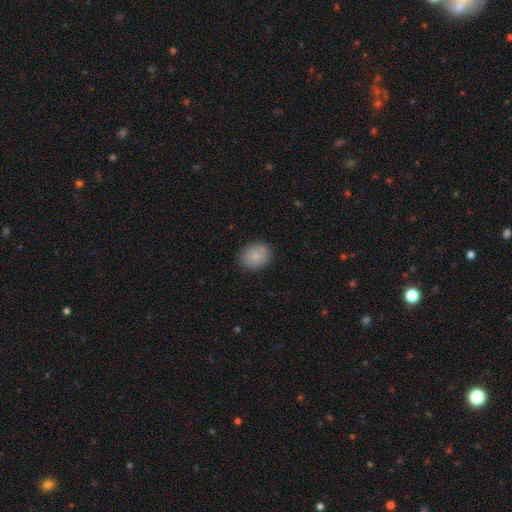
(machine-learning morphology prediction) Smooth or featured: smooth — 83% (featured or disk — 9%)
How rounded: round — 51% (in between — 48%)
Merging: none — 84% (minor disturbance — 11%)